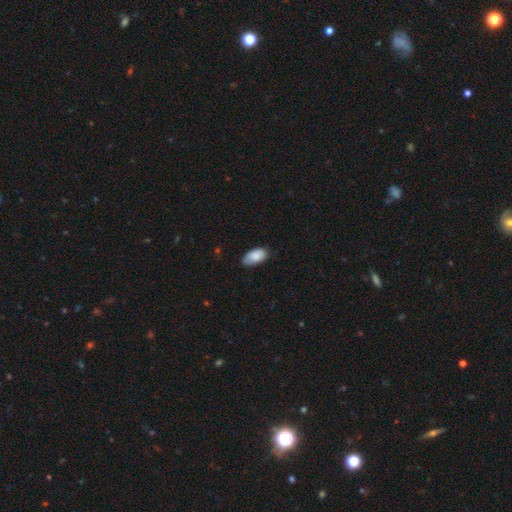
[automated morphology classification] type=smooth (86%); roundness=in between (95%); merging=none (70%).